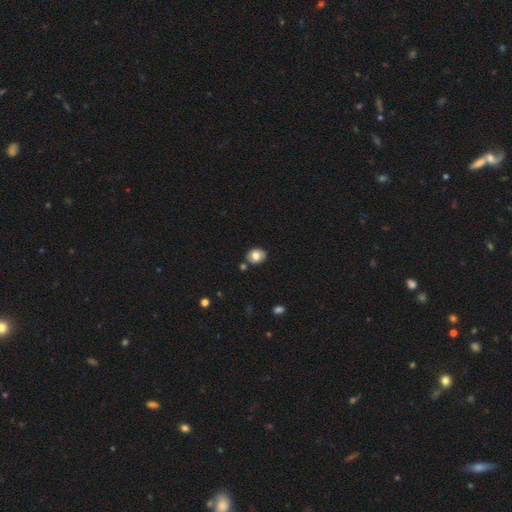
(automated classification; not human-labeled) smooth 77%, featured or disk 14%, star or artifact 9%. Down the decision tree: how rounded — round (50%); merging — none (81%).